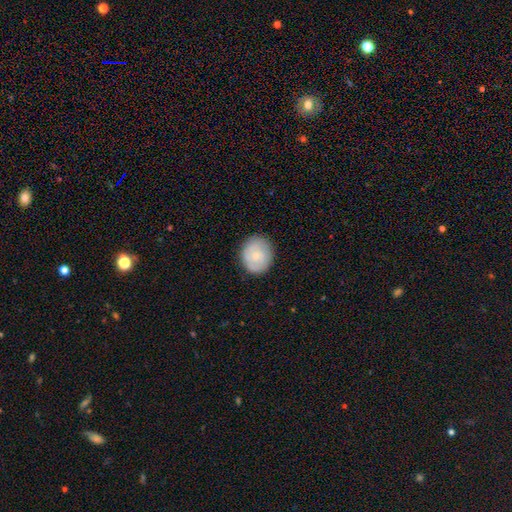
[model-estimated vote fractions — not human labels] This is likely a smooth galaxy (65%). How rounded: likely round (70%). Merging: clearly none (84%).